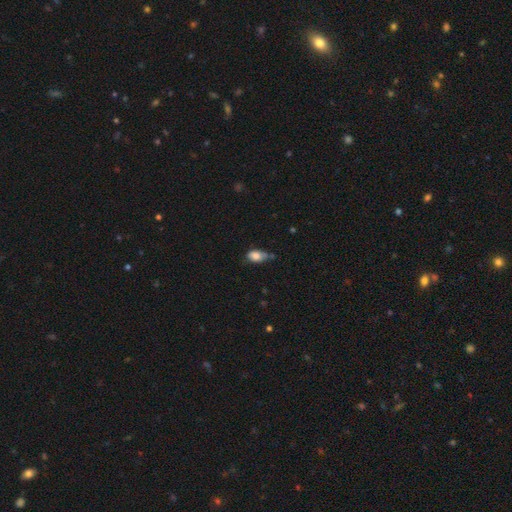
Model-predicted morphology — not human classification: smooth_or_featured: smooth (p=0.80) [alt: featured or disk p=0.11]
how_rounded: in between (p=0.86) [alt: round p=0.11]
merging: minor disturbance (p=0.41) [alt: none p=0.39]